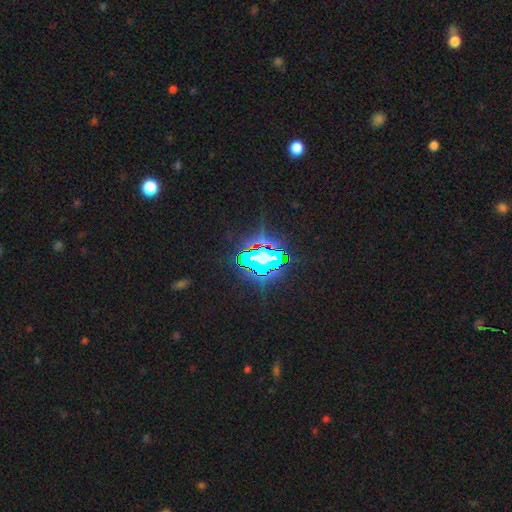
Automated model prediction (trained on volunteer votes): Overall: star or artifact (67%).